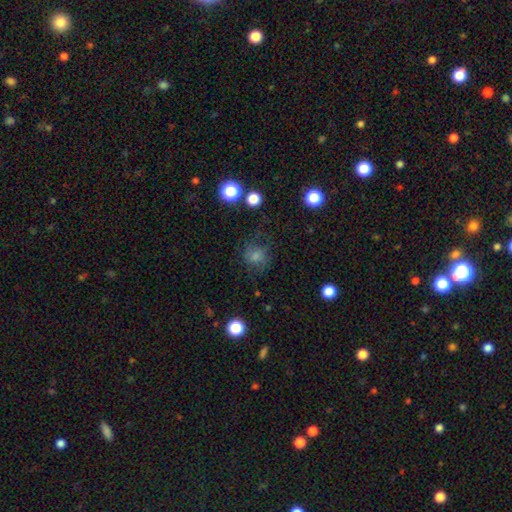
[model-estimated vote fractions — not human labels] Morphology: type=smooth (68%); roundness=round (76%); merging=none (60%).